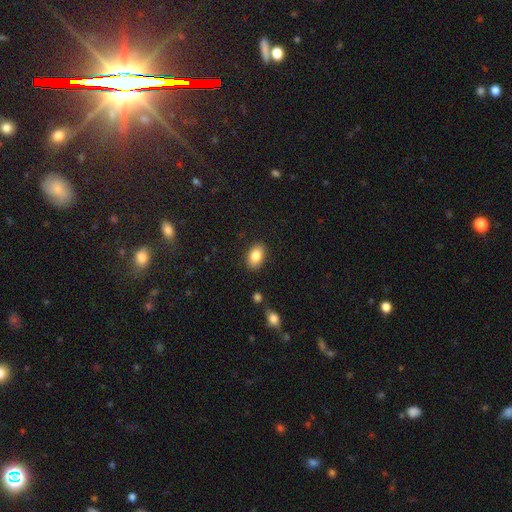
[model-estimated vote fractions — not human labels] Q: Smooth or featured?
A: smooth (84%); runner-up: featured or disk (8%)
Q: How rounded?
A: in between (85%); runner-up: round (13%)
Q: Merging?
A: none (87%); runner-up: minor disturbance (9%)